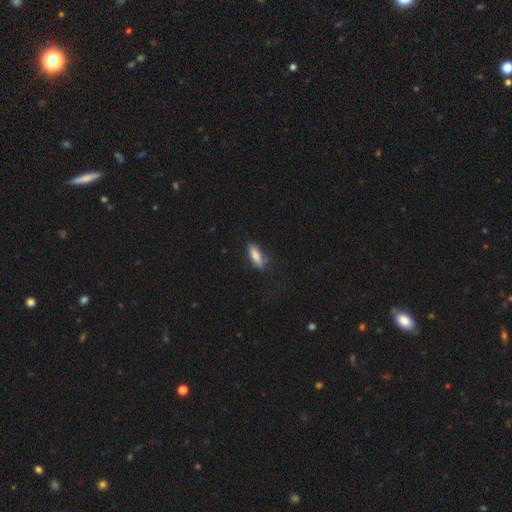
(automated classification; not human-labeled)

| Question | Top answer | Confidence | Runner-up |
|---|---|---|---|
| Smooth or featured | smooth | 83% | featured or disk (11%) |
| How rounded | in between | 58% | cigar-shaped (40%) |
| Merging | none | 72% | minor disturbance (21%) |